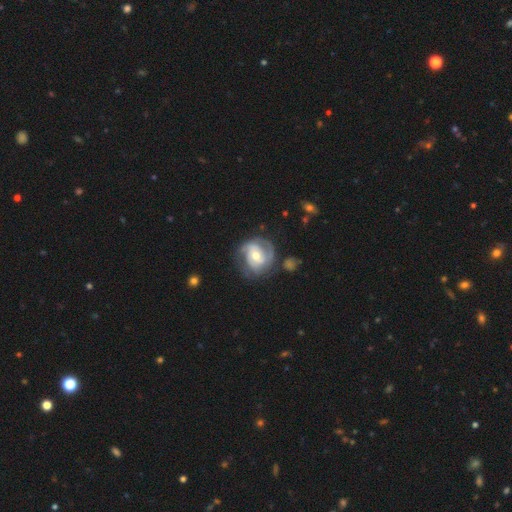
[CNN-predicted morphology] This appears to be a featured or disk galaxy (82%) with no bar (46%), 2 (55%) tight (51%) spiral arms (93%) and a moderate central bulge (66%). Merging: none (66%).